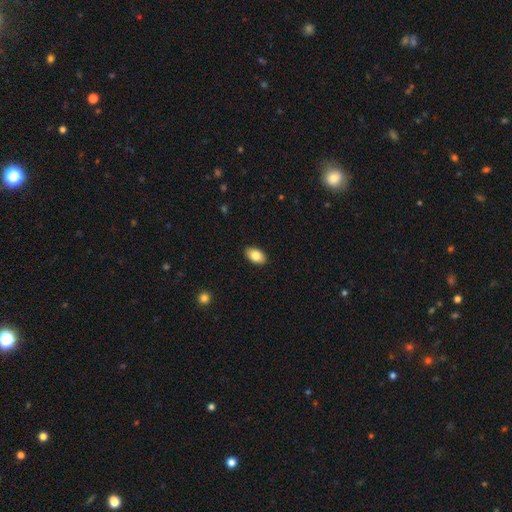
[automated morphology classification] Smooth or featured: smooth — 83% (featured or disk — 10%)
How rounded: in between — 92% (round — 6%)
Merging: none — 89% (minor disturbance — 8%)